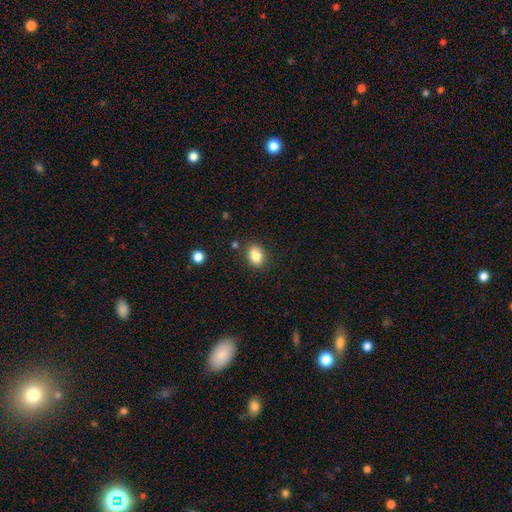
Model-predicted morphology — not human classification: type=smooth (85%); roundness=in between (78%); merging=none (85%).